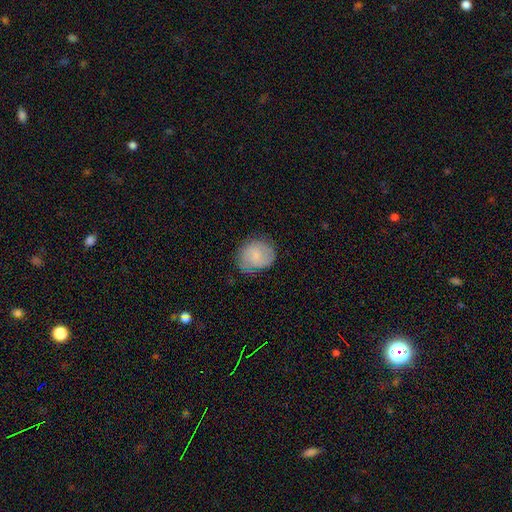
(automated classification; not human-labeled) smooth 72%, featured or disk 21%, star or artifact 7%. Down the decision tree: how rounded — round (71%); merging — none (71%).